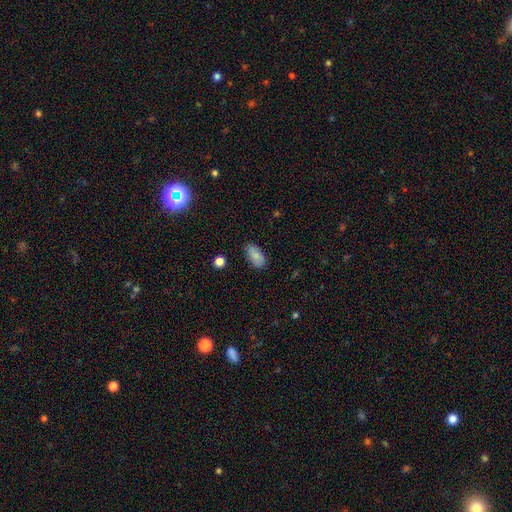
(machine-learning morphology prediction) type=smooth (85%); roundness=in between (93%); merging=none (82%).